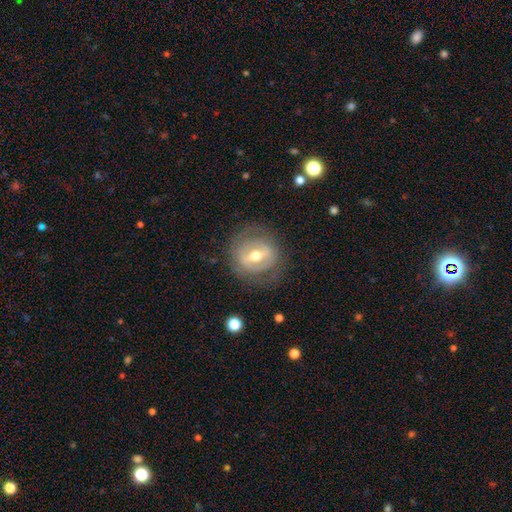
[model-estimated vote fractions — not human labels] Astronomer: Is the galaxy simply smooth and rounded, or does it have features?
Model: featured or disk — 65%.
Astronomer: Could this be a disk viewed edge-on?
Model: no — 93%.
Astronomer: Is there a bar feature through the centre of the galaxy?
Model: strong — 44% (runner-up: weak, 37%).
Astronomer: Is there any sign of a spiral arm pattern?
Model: no — 66%.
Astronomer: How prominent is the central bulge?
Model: moderate — 73%.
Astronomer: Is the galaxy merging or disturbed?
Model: none — 74%.